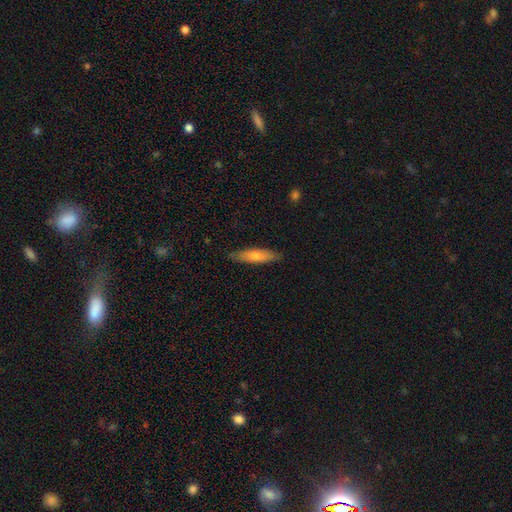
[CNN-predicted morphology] Smooth or featured? Predicted: smooth (p=0.70). How rounded? Predicted: cigar-shaped (p=0.71). Merging? Predicted: none (p=0.86).